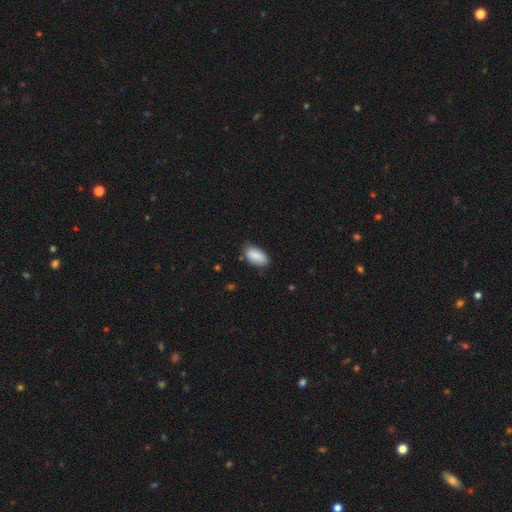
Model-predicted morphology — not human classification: smooth_or_featured: smooth (p=0.88) [alt: star or artifact p=0.07]
how_rounded: in between (p=0.94) [alt: cigar-shaped p=0.03]
merging: none (p=0.71) [alt: minor disturbance p=0.24]